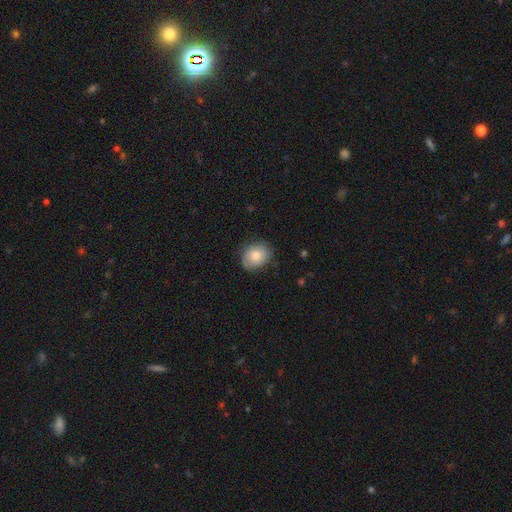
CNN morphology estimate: Overall: smooth (70%). How rounded: in between (51%; round 48%). Merging: none (77%).